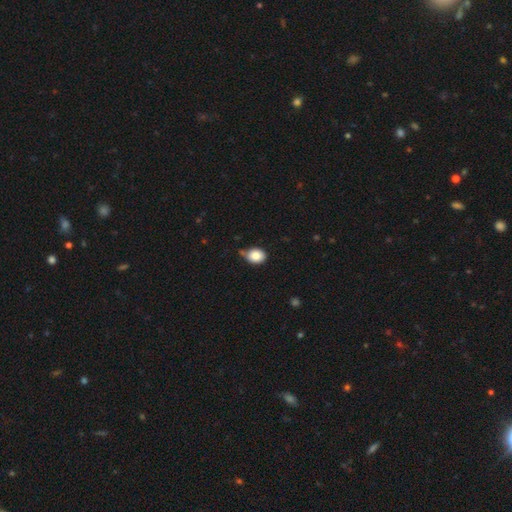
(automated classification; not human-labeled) Q: Smooth or featured?
A: smooth (85%); runner-up: star or artifact (9%)
Q: How rounded?
A: in between (58%); runner-up: round (41%)
Q: Merging?
A: none (65%); runner-up: minor disturbance (25%)